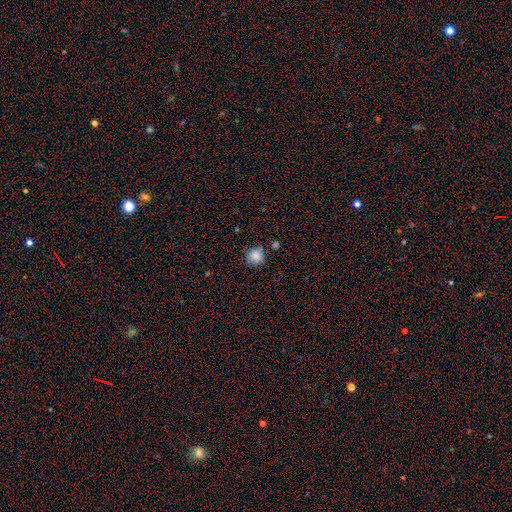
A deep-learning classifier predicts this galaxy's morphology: This appears to be a smooth galaxy with no disk features (84%) that is round (89%). Merging: none (76%).